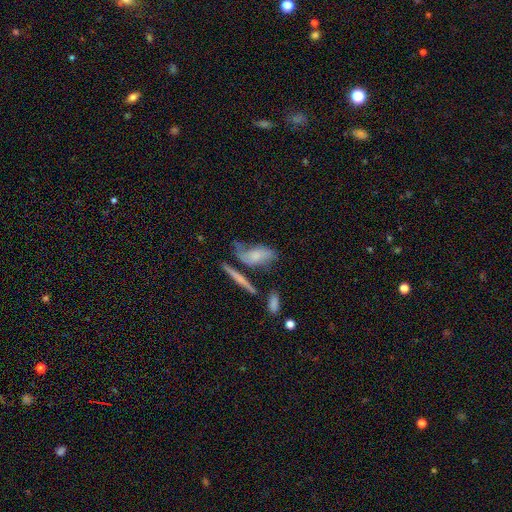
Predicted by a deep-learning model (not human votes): This appears to be a featured or disk galaxy (48%). Merging: none (36%).